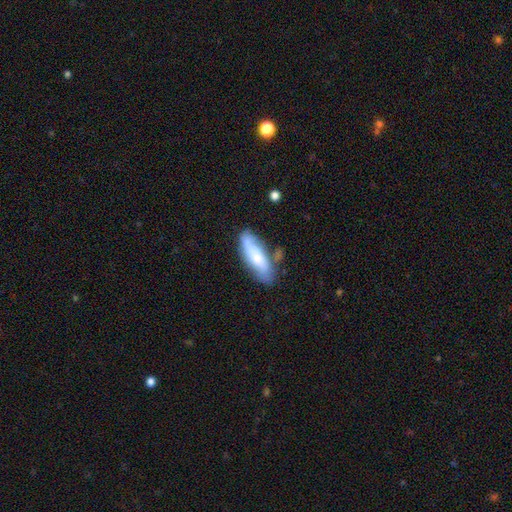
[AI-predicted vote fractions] Smooth or featured?
  - smooth: 60% *
  - featured or disk: 34%
  - star or artifact: 7%
How rounded?
  - in between: 55% *
  - cigar-shaped: 43%
  - round: 2%
Merging?
  - none: 60% *
  - minor disturbance: 23%
  - merger: 10%
  - major disturbance: 7%